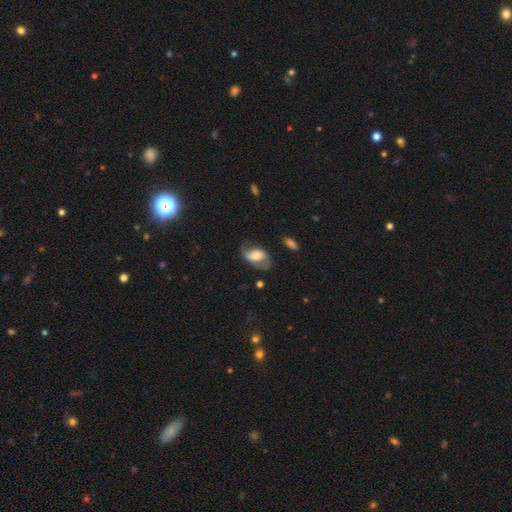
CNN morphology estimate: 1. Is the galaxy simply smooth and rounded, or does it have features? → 55% featured or disk, 38% smooth, 8% star or artifact.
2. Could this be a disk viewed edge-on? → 95% no, 5% yes.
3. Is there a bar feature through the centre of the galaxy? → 41% no, 37% weak, 23% strong.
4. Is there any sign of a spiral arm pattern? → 80% yes, 20% no.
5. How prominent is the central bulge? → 46% moderate, 28% small, 17% large, 6% none, 3% dominant.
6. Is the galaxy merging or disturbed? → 52% none, 27% minor disturbance, 18% major disturbance, 3% merger.